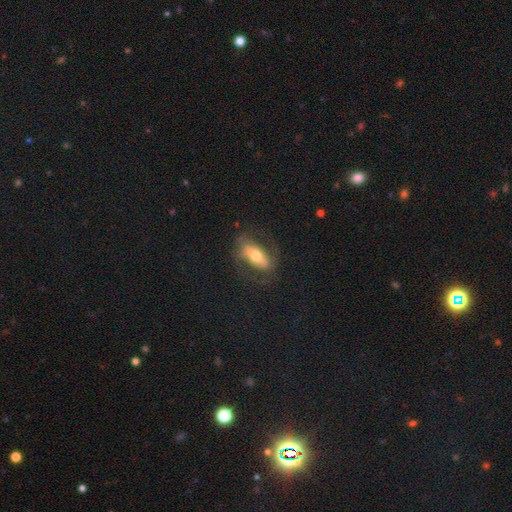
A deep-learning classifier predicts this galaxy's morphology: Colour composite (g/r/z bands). It shows a featured or disk galaxy (53%). Merging: none (72%).